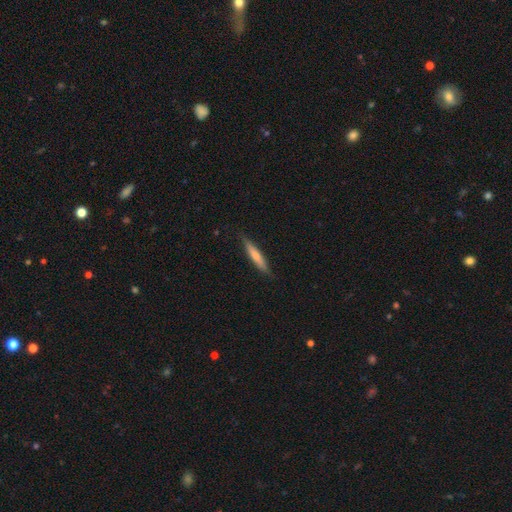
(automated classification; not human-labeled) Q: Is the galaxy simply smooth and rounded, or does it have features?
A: smooth — 68%.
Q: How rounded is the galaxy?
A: cigar-shaped — 90%.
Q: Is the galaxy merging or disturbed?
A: none — 84%.